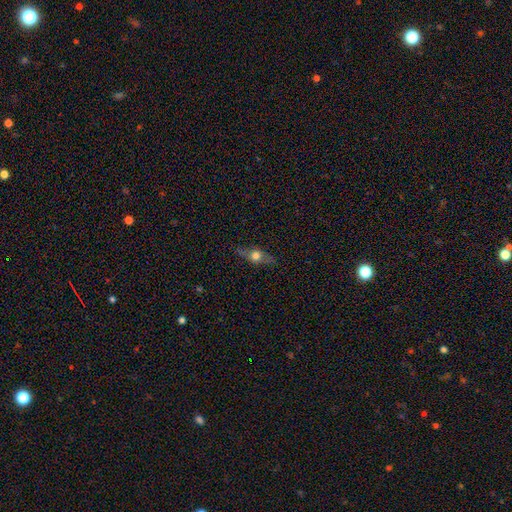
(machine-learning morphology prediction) smooth_or_featured: featured or disk (p=0.47) [alt: smooth p=0.44]
merging: none (p=0.81) [alt: minor disturbance p=0.14]